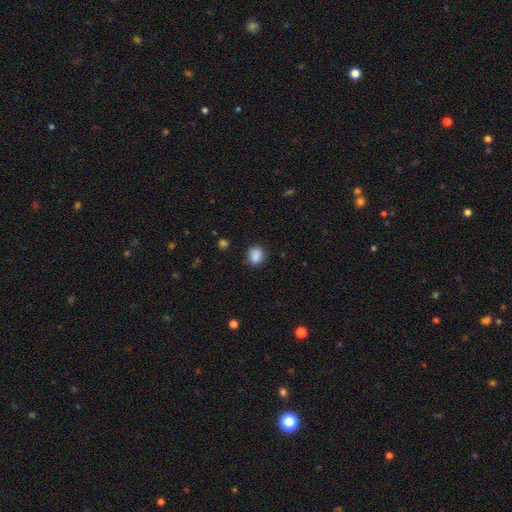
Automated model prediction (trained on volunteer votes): smooth-or-featured: smooth: 87% | star or artifact: 9% | featured or disk: 4%
  how-rounded: round: 55% | in between: 44% | cigar-shaped: 1%
  merging: none: 81% | minor disturbance: 14% | major disturbance: 3% | merger: 2%